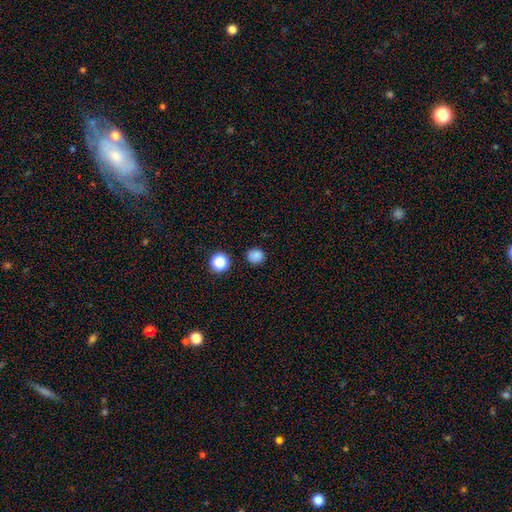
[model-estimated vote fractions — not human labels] This is clearly a smooth galaxy (82%). How rounded: clearly round (89%). Merging: clearly none (86%).